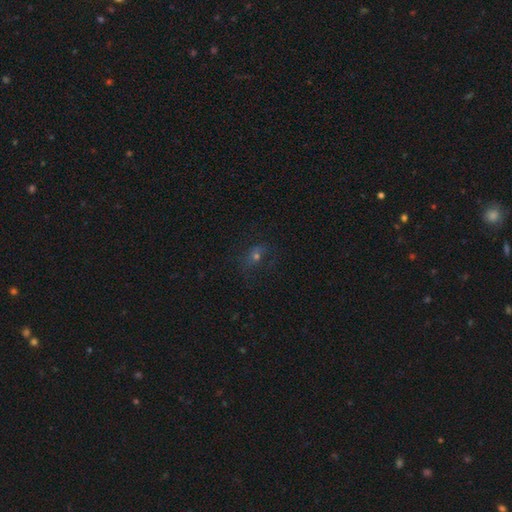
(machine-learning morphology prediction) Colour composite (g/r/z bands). It shows a smooth galaxy with no disk features (40%). Merging: none (70%).